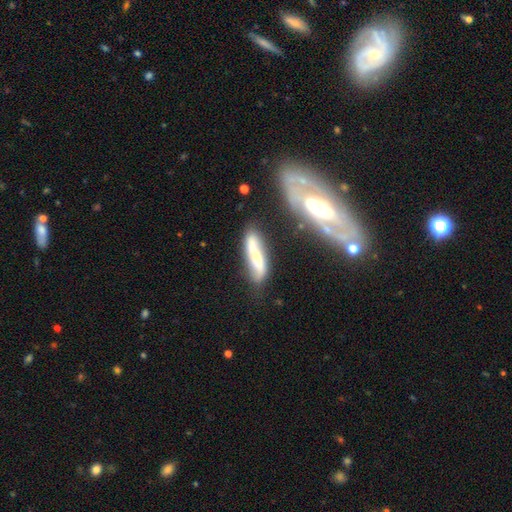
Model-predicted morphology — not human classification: A featured or disk galaxy (51%). Merging: none (62%).